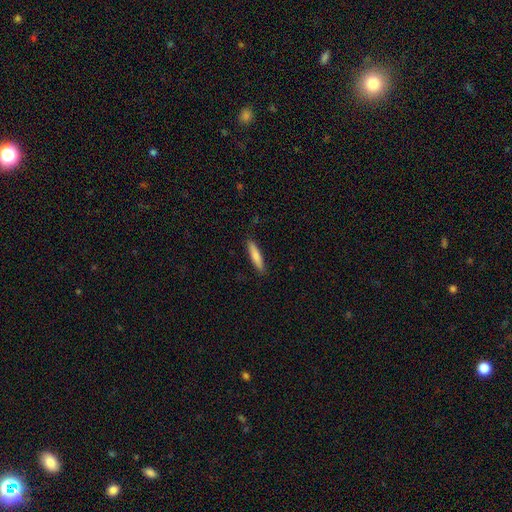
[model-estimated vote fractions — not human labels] Smooth or featured: smooth — 78% (featured or disk — 16%)
How rounded: cigar-shaped — 82% (in between — 16%)
Merging: none — 89% (minor disturbance — 8%)